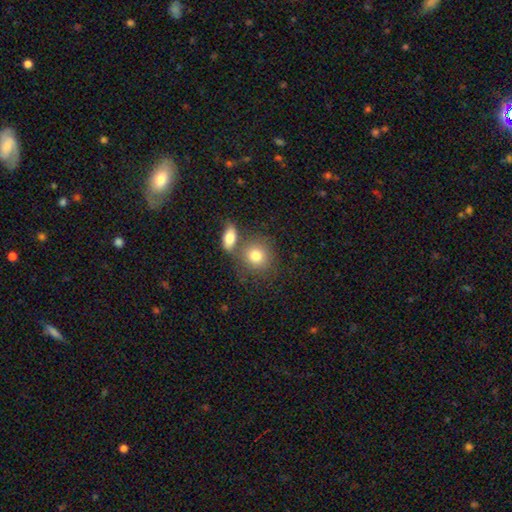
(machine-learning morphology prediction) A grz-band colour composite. It shows a smooth galaxy with no disk features (79%) that is round (75%). Merging: none (55%).